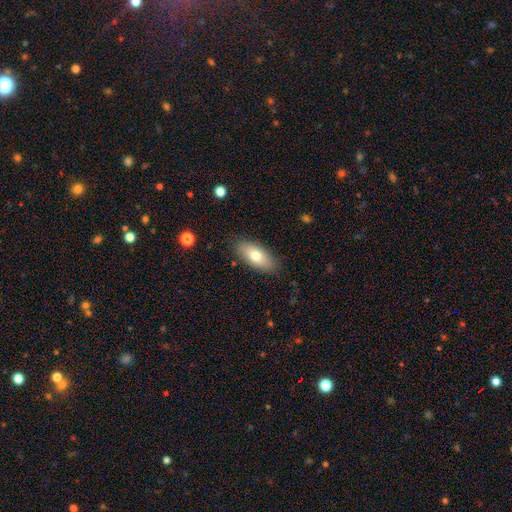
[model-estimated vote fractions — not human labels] smooth-or-featured: smooth: 74% | featured or disk: 20% | star or artifact: 6%
  how-rounded: in between: 86% | cigar-shaped: 11% | round: 3%
  merging: none: 85% | minor disturbance: 11% | major disturbance: 3% | merger: 1%